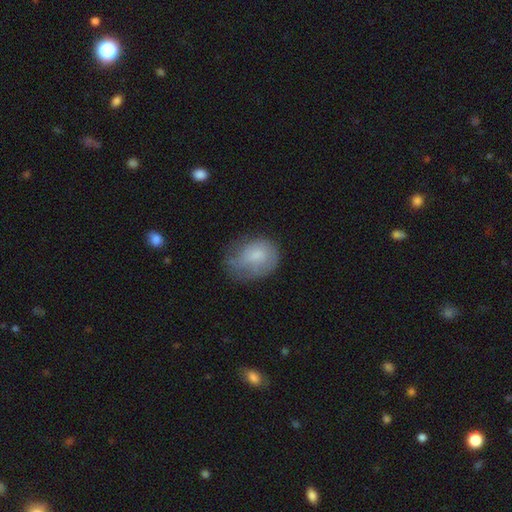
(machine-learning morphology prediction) Smooth or featured? Predicted: smooth (p=0.66). How rounded? Predicted: in between (p=0.61). Merging? Predicted: none (p=0.45).